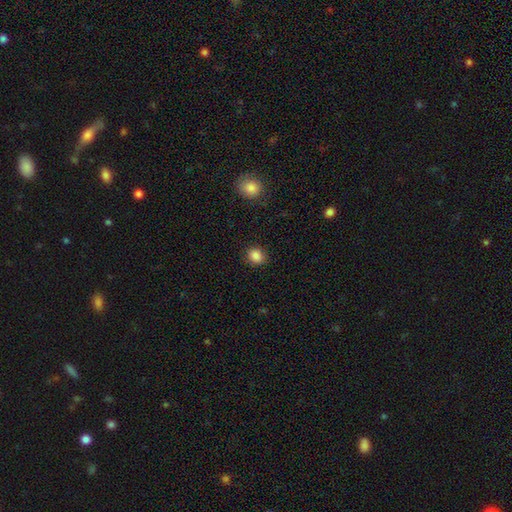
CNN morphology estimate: A smooth galaxy with no disk features (87%) that is round (68%). Merging: none (88%).